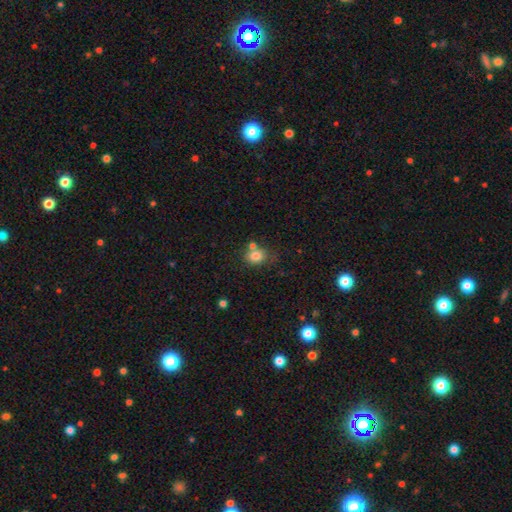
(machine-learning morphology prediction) Overall: smooth (80%). How rounded: round (52%; in between 46%). Merging: none (55%; merger 23%).